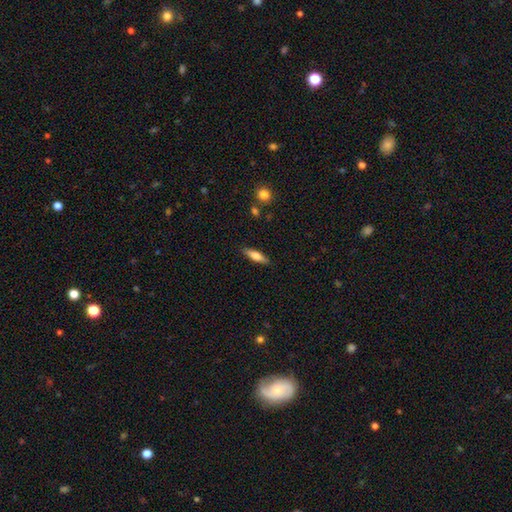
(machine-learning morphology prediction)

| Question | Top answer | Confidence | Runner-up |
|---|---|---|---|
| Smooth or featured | smooth | 65% | featured or disk (29%) |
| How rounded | cigar-shaped | 63% | in between (35%) |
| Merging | none | 88% | minor disturbance (9%) |